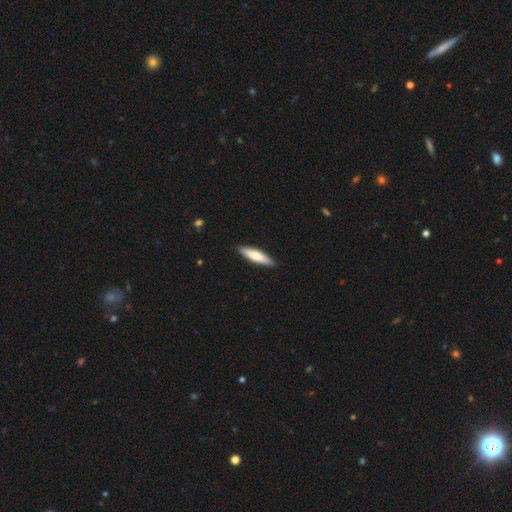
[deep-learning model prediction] smooth-or-featured: smooth: 67% | featured or disk: 28% | star or artifact: 5%
  how-rounded: cigar-shaped: 79% | in between: 20% | round: 1%
  merging: none: 90% | minor disturbance: 7% | major disturbance: 1% | merger: 1%